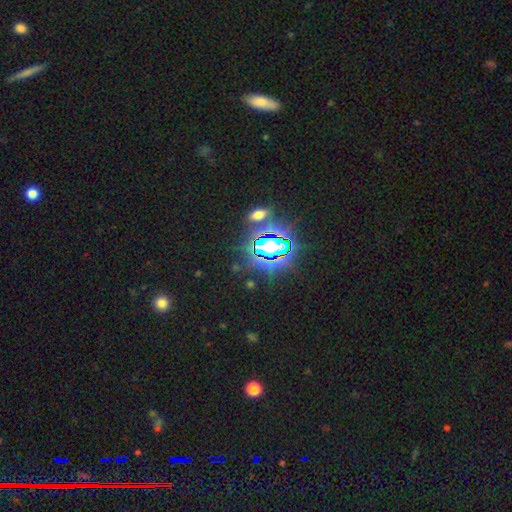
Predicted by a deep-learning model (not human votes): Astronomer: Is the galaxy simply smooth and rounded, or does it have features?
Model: star or artifact — 81%.